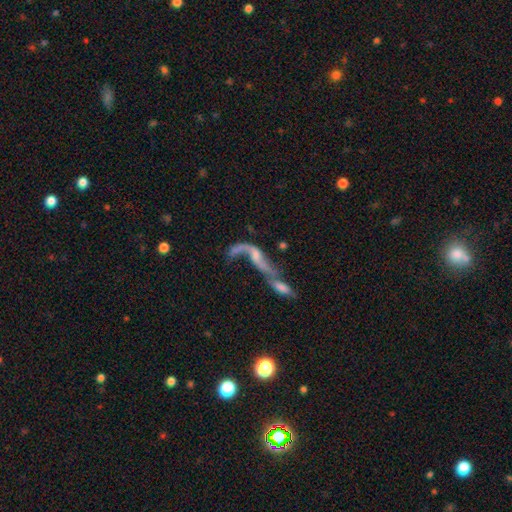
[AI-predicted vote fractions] smooth-or-featured: featured or disk: 68% | smooth: 18% | star or artifact: 14%
  disk-edge-on: no: 81% | yes: 19%
    bar: no: 66% | weak: 24% | strong: 10%
    has-spiral-arms: yes: 62% | no: 38%
    bulge-size: small: 40% | none: 38% | moderate: 18% | large: 3% | dominant: 2%
  merging: merger: 59% | major disturbance: 17% | none: 16% | minor disturbance: 8%